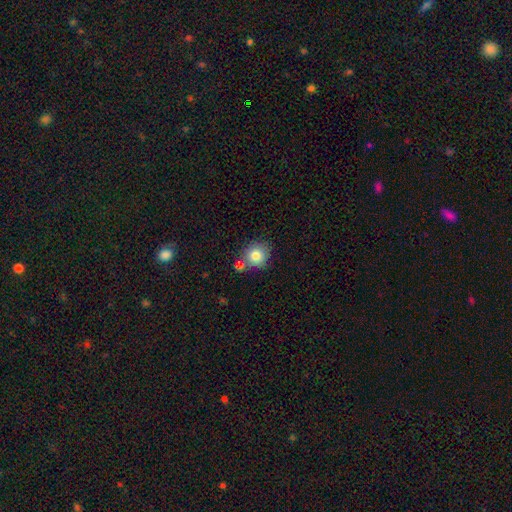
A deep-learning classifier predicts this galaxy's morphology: This appears to be a smooth galaxy with no disk features (80%) that is round (84%). Merging: none (68%).